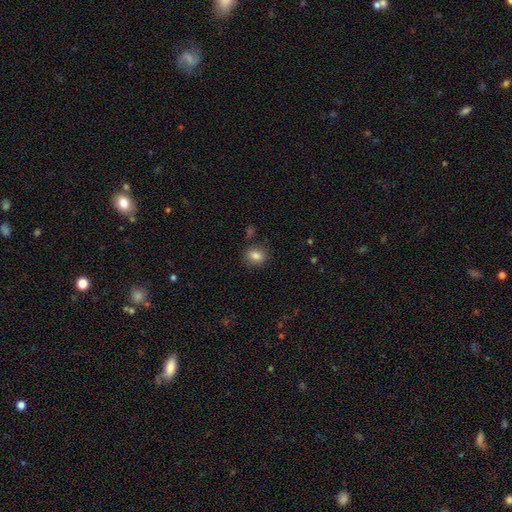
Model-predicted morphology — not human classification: A smooth galaxy with no disk features (83%) that is round (53%). Merging: none (85%).